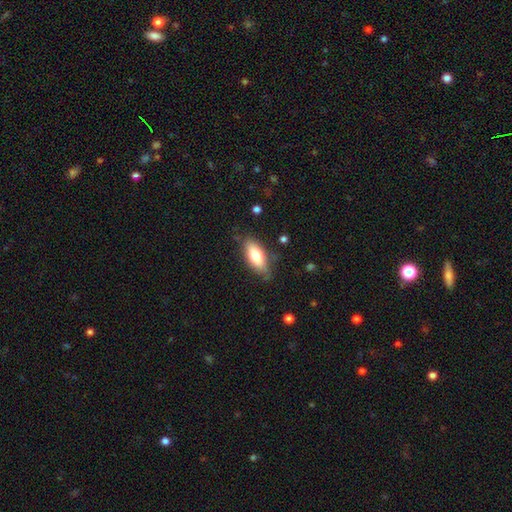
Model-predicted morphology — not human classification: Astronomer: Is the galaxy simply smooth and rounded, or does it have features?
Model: smooth — 73%.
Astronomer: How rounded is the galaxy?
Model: in between — 81%.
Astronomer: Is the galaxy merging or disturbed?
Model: none — 77%.